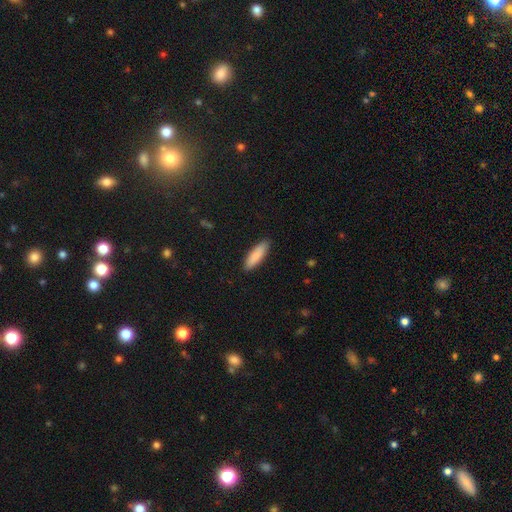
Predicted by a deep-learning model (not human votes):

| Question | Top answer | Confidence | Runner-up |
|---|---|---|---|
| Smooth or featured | smooth | 88% | featured or disk (7%) |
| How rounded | cigar-shaped | 51% | in between (47%) |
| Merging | none | 88% | minor disturbance (9%) |